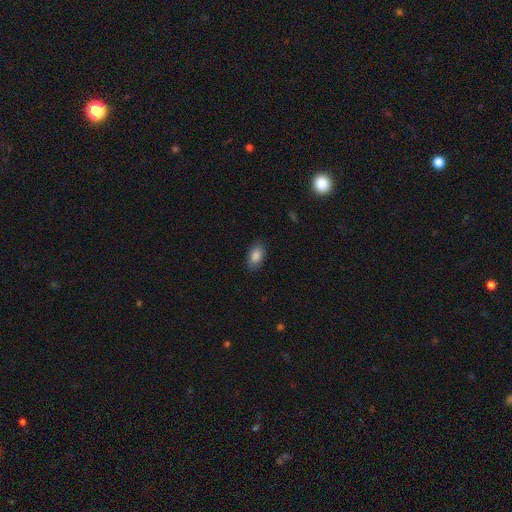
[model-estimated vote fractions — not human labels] A smooth galaxy with no disk features (87%) that is in between round and cigar-shaped (92%).

Vote fractions:
- Smooth or featured? smooth: 87% / star or artifact: 7% / featured or disk: 6%
- How rounded? in between: 92% / round: 5% / cigar-shaped: 2%
- Merging? none: 86% / minor disturbance: 11% / major disturbance: 3% / merger: 1%